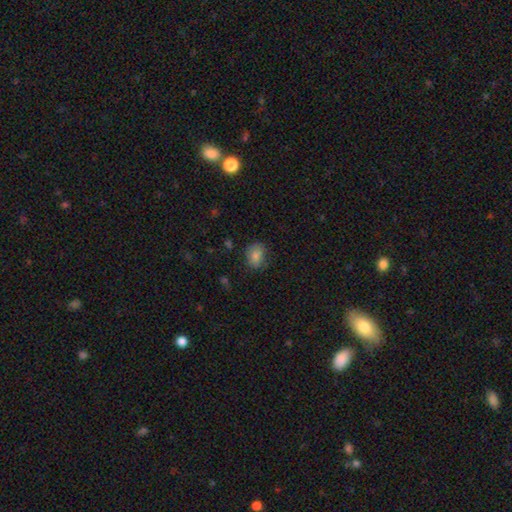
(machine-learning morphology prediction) This is clearly a smooth galaxy (80%). How rounded: possibly in between (52%). Merging: likely none (78%).